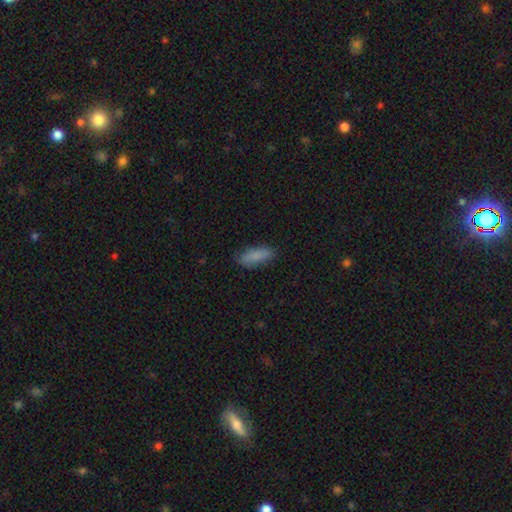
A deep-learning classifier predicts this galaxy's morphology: A smooth galaxy with no disk features (86%) that is in between round and cigar-shaped (62%).

Vote fractions:
- Smooth or featured? smooth: 86% / featured or disk: 7% / star or artifact: 7%
- How rounded? in between: 62% / cigar-shaped: 36% / round: 2%
- Merging? none: 81% / minor disturbance: 15% / major disturbance: 3% / merger: 1%